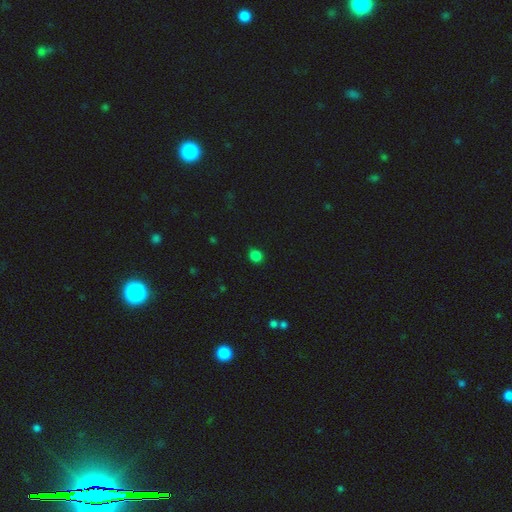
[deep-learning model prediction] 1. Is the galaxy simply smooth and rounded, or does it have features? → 83% smooth, 14% star or artifact, 3% featured or disk.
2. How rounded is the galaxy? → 76% round, 23% in between, 1% cigar-shaped.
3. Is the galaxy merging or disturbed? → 87% none, 9% minor disturbance, 2% major disturbance, 1% merger.